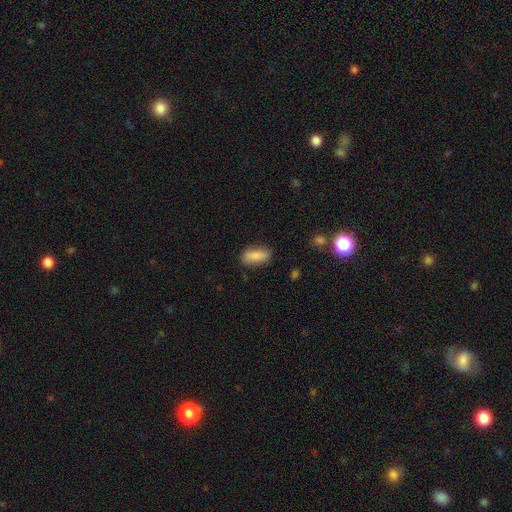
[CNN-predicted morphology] A smooth galaxy with no disk features (86%) that is in between round and cigar-shaped (76%).

Vote fractions:
- Smooth or featured? smooth: 86% / star or artifact: 7% / featured or disk: 7%
- How rounded? in between: 76% / cigar-shaped: 21% / round: 3%
- Merging? none: 81% / minor disturbance: 14% / major disturbance: 3% / merger: 2%